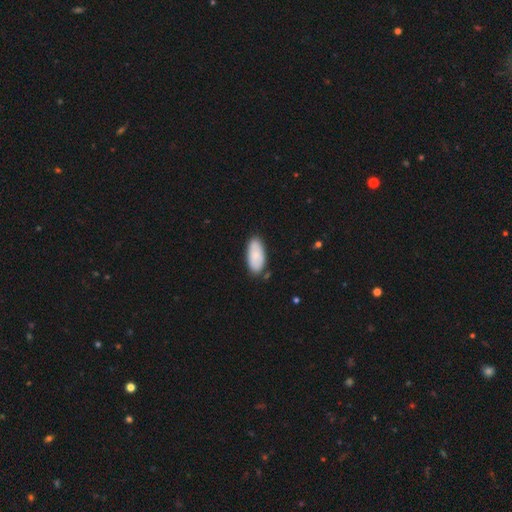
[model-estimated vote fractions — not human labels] Q: Smooth or featured?
A: smooth (78%); runner-up: featured or disk (16%)
Q: How rounded?
A: in between (91%); runner-up: cigar-shaped (7%)
Q: Merging?
A: none (79%); runner-up: minor disturbance (16%)